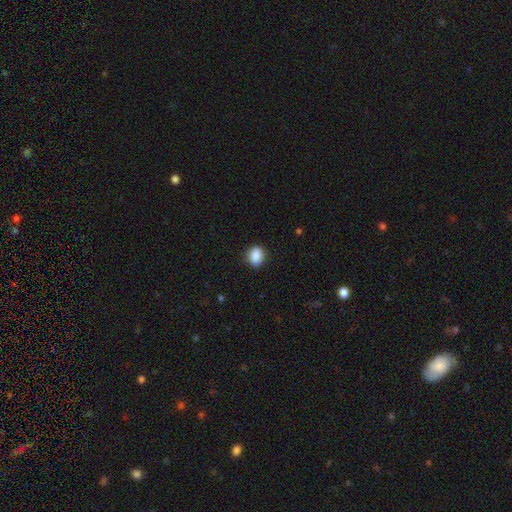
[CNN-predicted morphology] Overall: smooth (88%). How rounded: in between (62%; round 36%). Merging: none (84%).